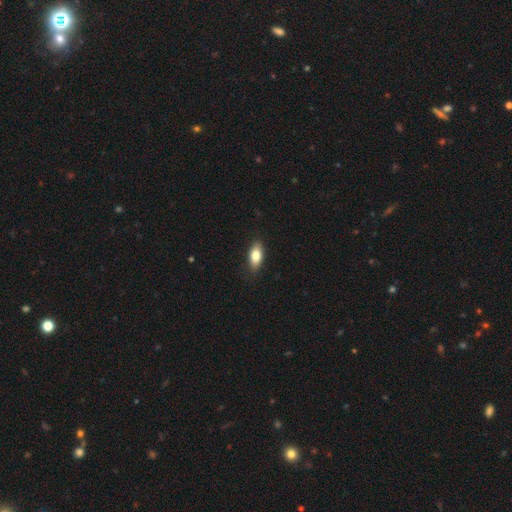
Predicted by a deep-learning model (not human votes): A smooth galaxy with no disk features (79%) that is in between round and cigar-shaped (87%).

Vote fractions:
- Smooth or featured? smooth: 79% / featured or disk: 14% / star or artifact: 7%
- How rounded? in between: 87% / cigar-shaped: 10% / round: 4%
- Merging? none: 87% / minor disturbance: 10% / major disturbance: 2% / merger: 1%